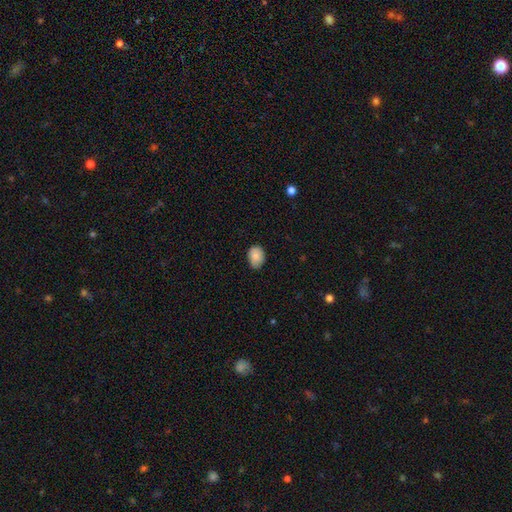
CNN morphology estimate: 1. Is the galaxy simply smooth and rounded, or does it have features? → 85% smooth, 8% star or artifact, 7% featured or disk.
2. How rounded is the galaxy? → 68% in between, 31% round, 1% cigar-shaped.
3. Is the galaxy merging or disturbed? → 70% none, 25% minor disturbance, 3% major disturbance, 1% merger.